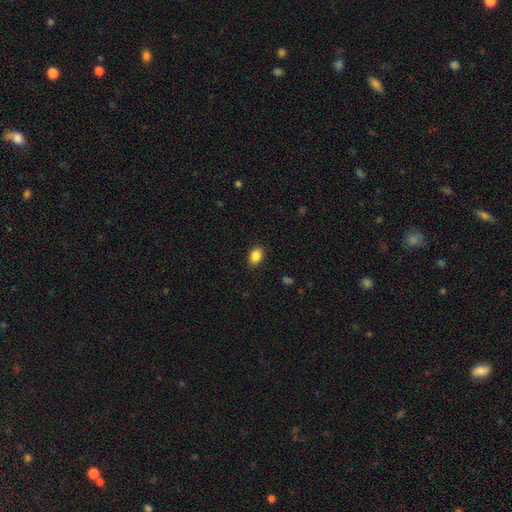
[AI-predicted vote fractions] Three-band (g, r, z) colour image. It shows a smooth galaxy with no disk features (87%) that is in between round and cigar-shaped (77%). Merging: none (88%).